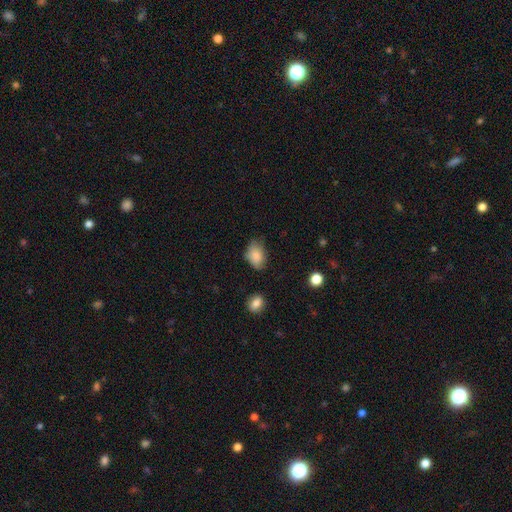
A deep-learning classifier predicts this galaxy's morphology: Smooth or featured? smooth (84%)
How rounded? in between (82%)
Merging? none (60%)